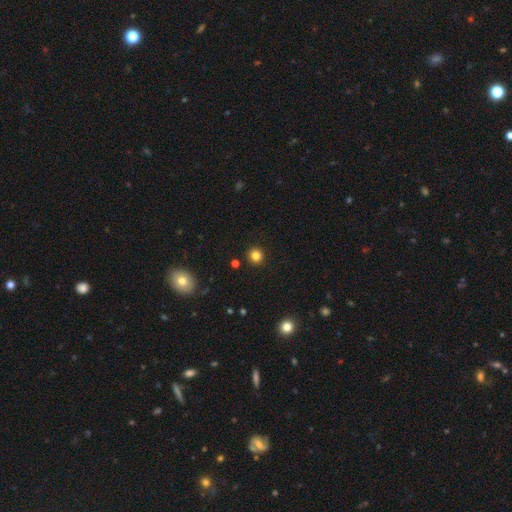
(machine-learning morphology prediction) This is clearly a smooth galaxy (82%). How rounded: clearly round (94%). Merging: clearly none (92%).